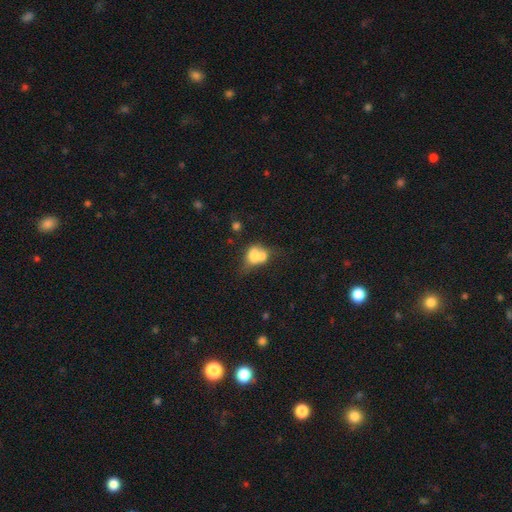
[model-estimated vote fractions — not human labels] A smooth galaxy with no disk features (65%) that is in between round and cigar-shaped (61%). Merging: merger (66%).